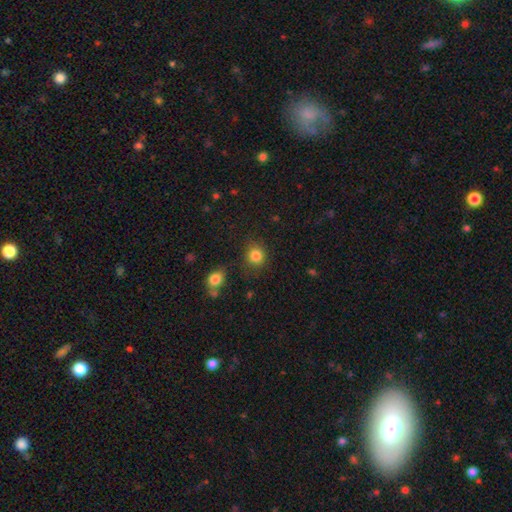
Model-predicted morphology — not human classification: This appears to be a smooth galaxy with no disk features (84%) that is round (79%). Merging: none (78%).